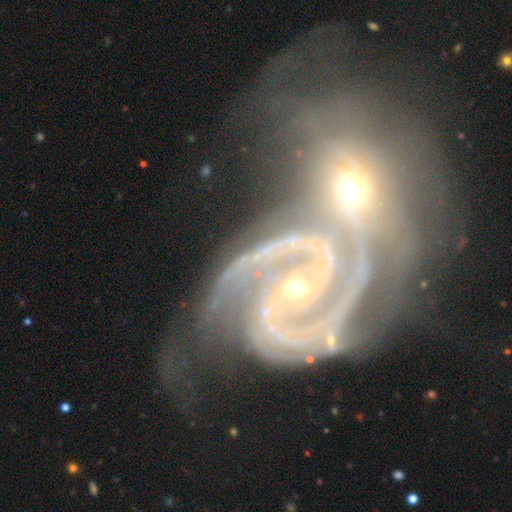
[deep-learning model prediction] Morphology: type=featured or disk (92%); edge-on=no (98%); bar=no (46%); spiral arms=yes (98%); winding=medium (47%); arm count=2 (58%); bulge=small (80%); merging=merger (52%).